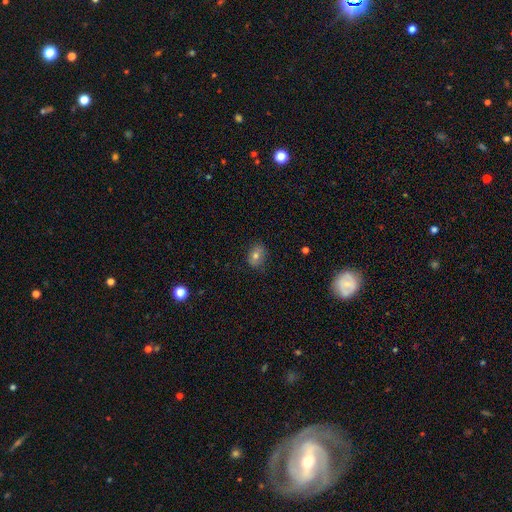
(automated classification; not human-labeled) Smooth or featured? Predicted: smooth (p=0.70). How rounded? Predicted: in between (p=0.66). Merging? Predicted: none (p=0.79).